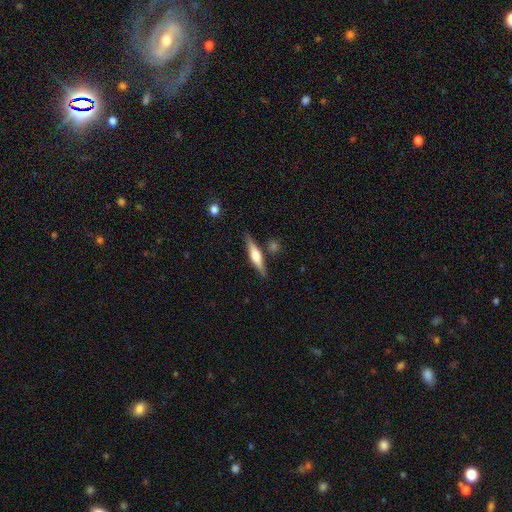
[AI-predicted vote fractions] Smooth or featured: featured or disk — 56% (smooth — 38%)
Edge-on disk: yes — 96% (no — 4%)
Edge-on bulge: rounded — 80% (boxy — 15%)
Merging: none — 81% (minor disturbance — 11%)